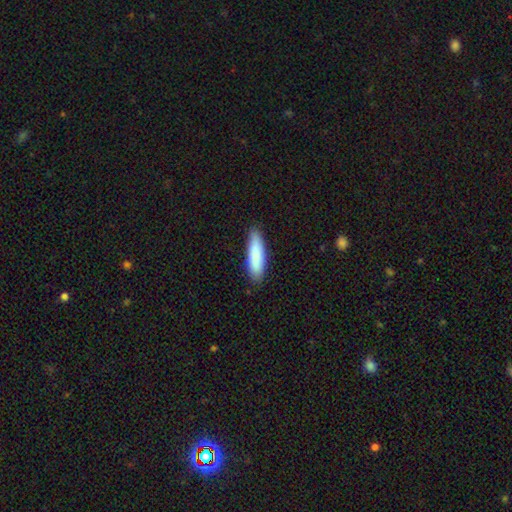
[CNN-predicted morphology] Overall: smooth (86%). How rounded: cigar-shaped (58%; in between 41%). Merging: none (84%).